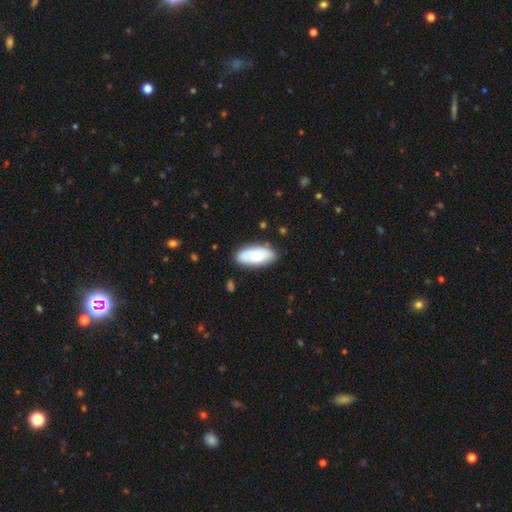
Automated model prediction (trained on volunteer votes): Morphology: type=smooth (68%); roundness=in between (89%); merging=none (77%).